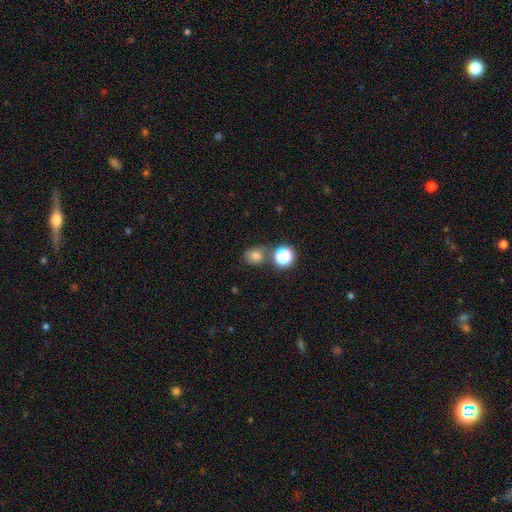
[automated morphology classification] Smooth or featured: smooth — 71% (star or artifact — 20%)
How rounded: round — 63% (in between — 36%)
Merging: none — 65% (merger — 16%)